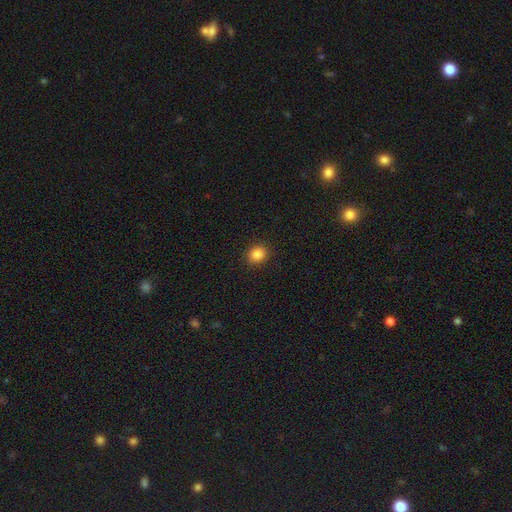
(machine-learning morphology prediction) smooth-or-featured: smooth: 86% | star or artifact: 11% | featured or disk: 4%
  how-rounded: round: 71% | in between: 28% | cigar-shaped: 1%
  merging: none: 91% | minor disturbance: 6% | major disturbance: 2% | merger: 1%